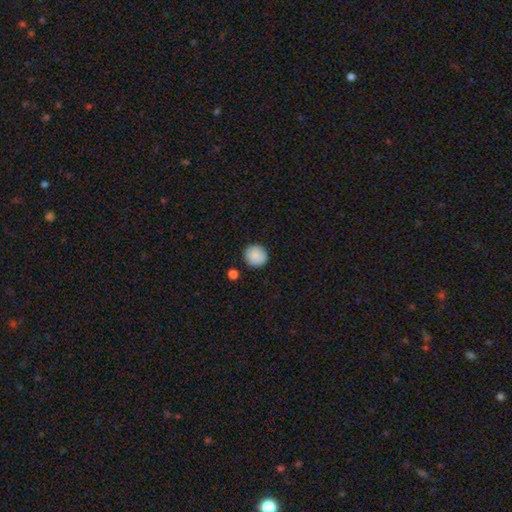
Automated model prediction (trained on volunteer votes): This is clearly a smooth galaxy (89%). How rounded: clearly round (94%). Merging: clearly none (90%).